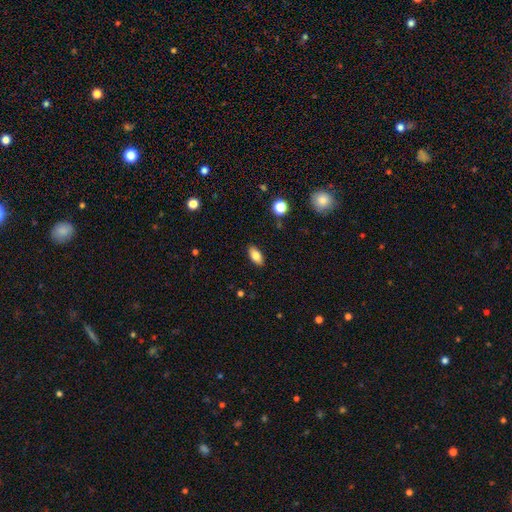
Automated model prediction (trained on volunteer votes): A smooth galaxy with no disk features (81%) that is in between round and cigar-shaped (90%).

Vote fractions:
- Smooth or featured? smooth: 81% / featured or disk: 11% / star or artifact: 8%
- How rounded? in between: 90% / cigar-shaped: 6% / round: 3%
- Merging? none: 89% / minor disturbance: 8% / major disturbance: 2% / merger: 1%